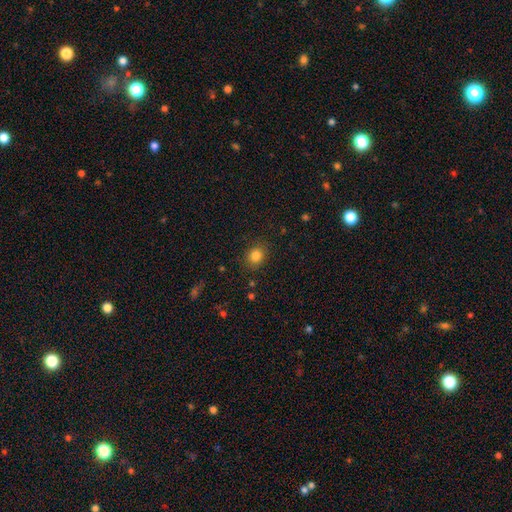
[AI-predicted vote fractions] smooth 83%, star or artifact 11%, featured or disk 5%. Down the decision tree: how rounded — round (65%); merging — none (85%).